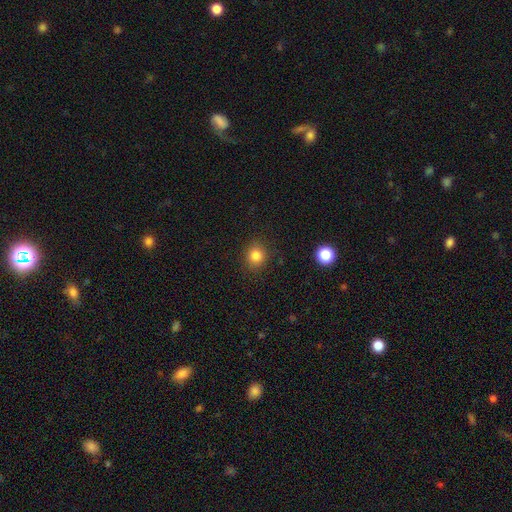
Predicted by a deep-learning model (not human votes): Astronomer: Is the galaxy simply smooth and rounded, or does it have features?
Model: smooth — 83%.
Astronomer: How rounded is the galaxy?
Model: round — 84%.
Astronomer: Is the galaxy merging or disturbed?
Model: none — 88%.